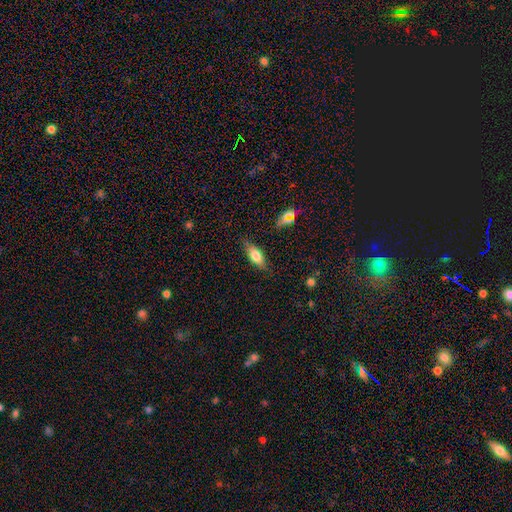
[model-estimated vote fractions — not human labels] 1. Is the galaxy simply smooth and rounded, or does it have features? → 65% smooth, 27% featured or disk, 9% star or artifact.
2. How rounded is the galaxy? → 71% in between, 25% cigar-shaped, 3% round.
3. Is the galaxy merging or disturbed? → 79% none, 15% minor disturbance, 4% major disturbance, 2% merger.